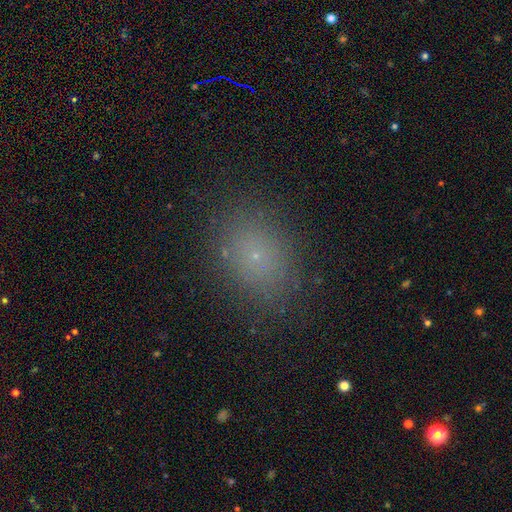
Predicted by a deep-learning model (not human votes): Morphology: type=smooth (70%); roundness=in between (58%); merging=none (85%).